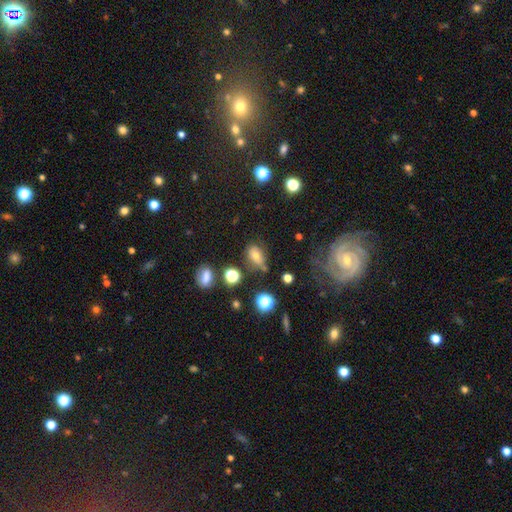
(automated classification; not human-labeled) Smooth or featured? Predicted: smooth (p=0.63). How rounded? Predicted: in between (p=0.77). Merging? Predicted: none (p=0.58).